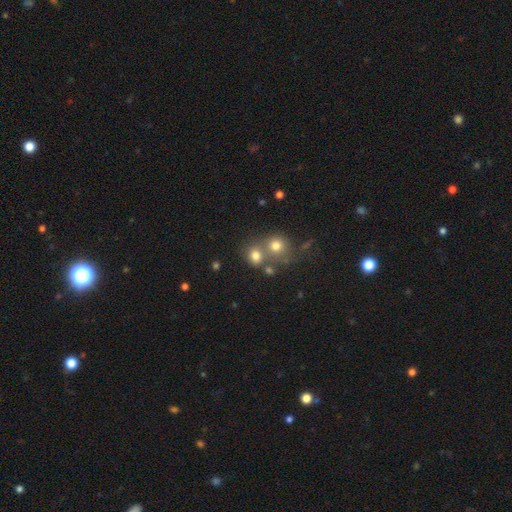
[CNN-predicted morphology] type=smooth (75%); roundness=round (68%); merging=none (46%).